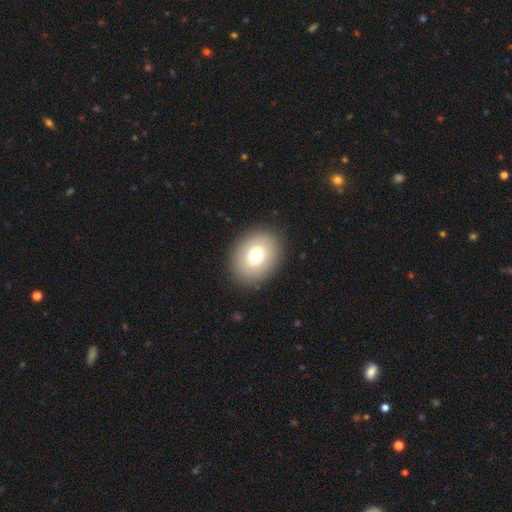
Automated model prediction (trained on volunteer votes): Overall: smooth (75%). How rounded: in between (57%; round 43%). Merging: none (89%).